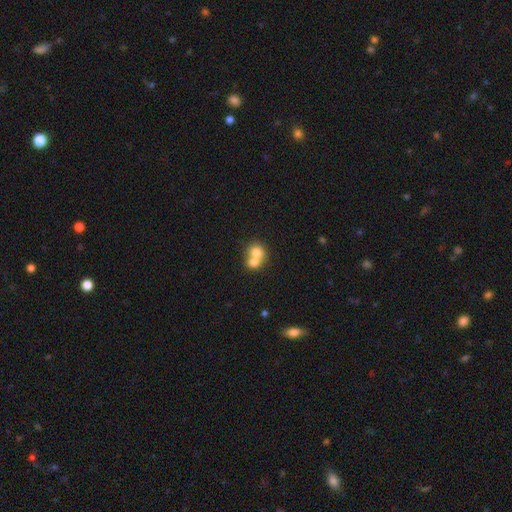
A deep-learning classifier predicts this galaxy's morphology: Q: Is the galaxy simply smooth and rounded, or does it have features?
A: smooth — 72%.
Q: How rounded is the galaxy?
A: round — 72%.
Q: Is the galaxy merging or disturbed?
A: merger — 70%.